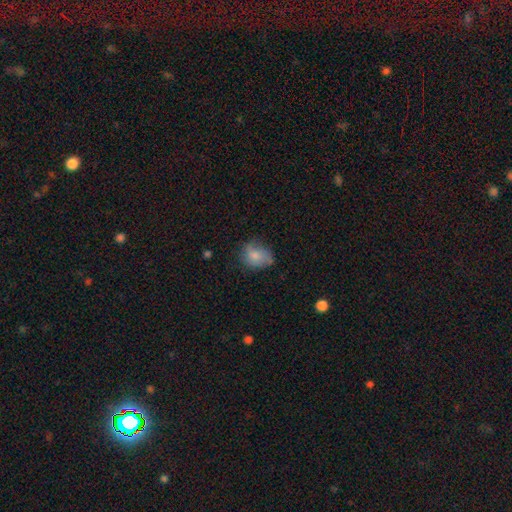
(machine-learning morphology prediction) Overall: smooth (75%). How rounded: in between (58%; round 41%). Merging: none (51%; minor disturbance 34%).